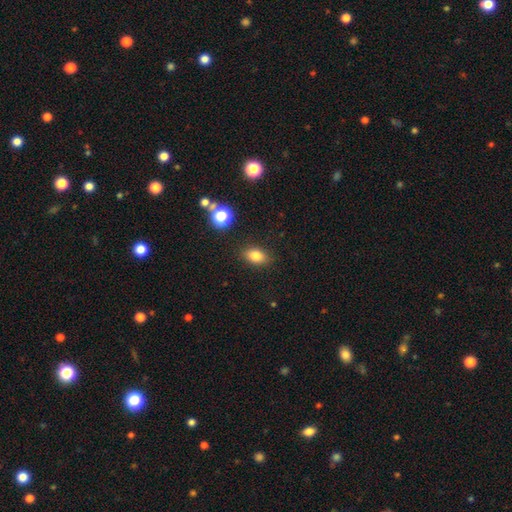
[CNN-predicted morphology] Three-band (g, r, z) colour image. It shows a smooth galaxy with no disk features (80%) that is in between round and cigar-shaped (82%). Merging: none (87%).